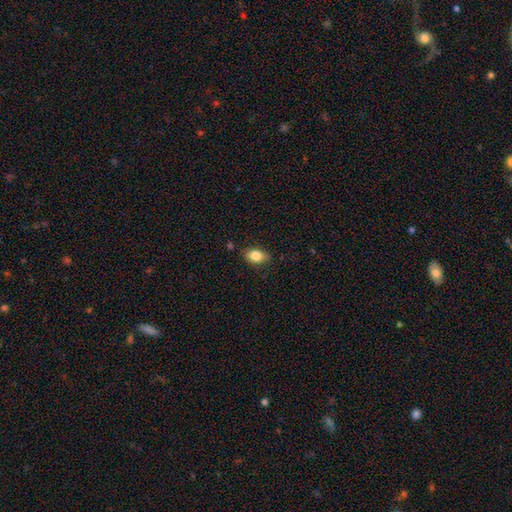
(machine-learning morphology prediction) A smooth galaxy with no disk features (83%) that is in between round and cigar-shaped (84%). Merging: none (81%).